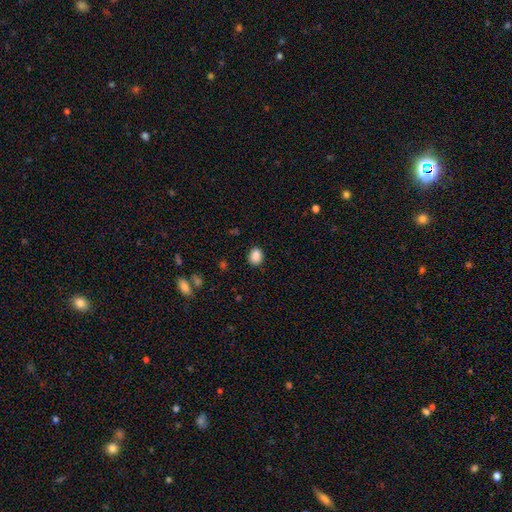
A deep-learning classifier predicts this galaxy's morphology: This appears to be a smooth galaxy with no disk features (87%) that is in between round and cigar-shaped (54%). Merging: none (86%).